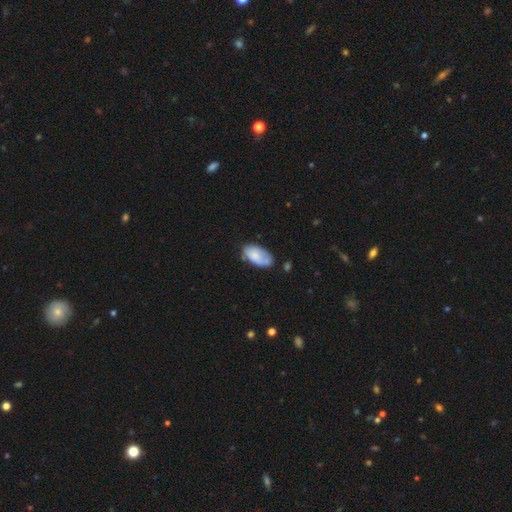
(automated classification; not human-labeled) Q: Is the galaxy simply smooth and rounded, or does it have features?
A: smooth — 74%.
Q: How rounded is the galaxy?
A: in between — 94%.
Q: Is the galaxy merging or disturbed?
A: none — 58%.